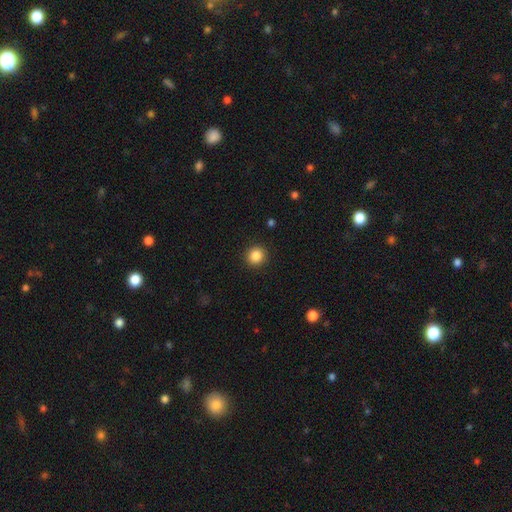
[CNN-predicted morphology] Q: Smooth or featured?
A: smooth (86%); runner-up: star or artifact (10%)
Q: How rounded?
A: round (92%); runner-up: in between (7%)
Q: Merging?
A: none (92%); runner-up: minor disturbance (5%)